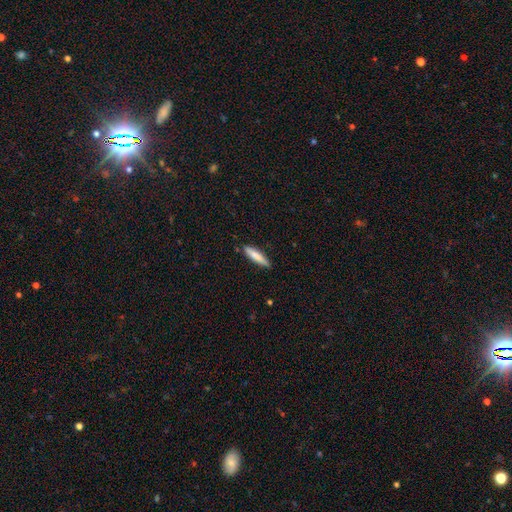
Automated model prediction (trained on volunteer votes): Overall: smooth (79%). How rounded: cigar-shaped (85%). Merging: none (88%).